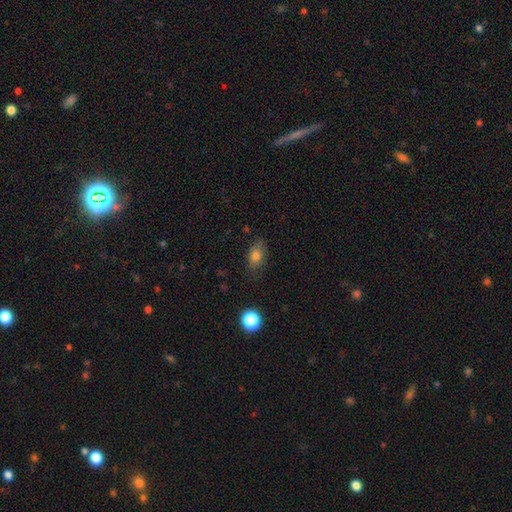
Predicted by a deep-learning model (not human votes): Smooth or featured? smooth (77%)
How rounded? in between (82%)
Merging? none (77%)